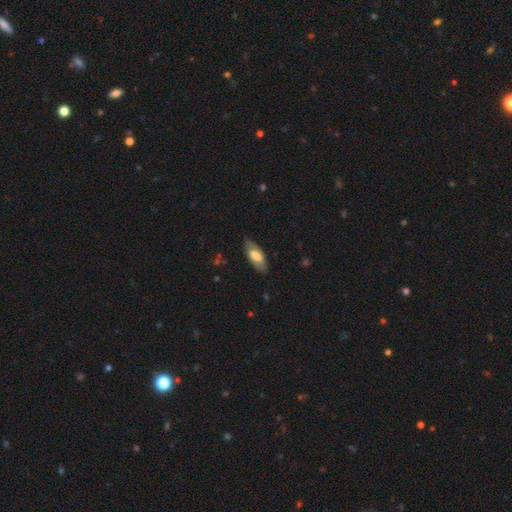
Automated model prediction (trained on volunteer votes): Overall: smooth (58%; featured or disk 36%). How rounded: in between (83%). Merging: none (79%).